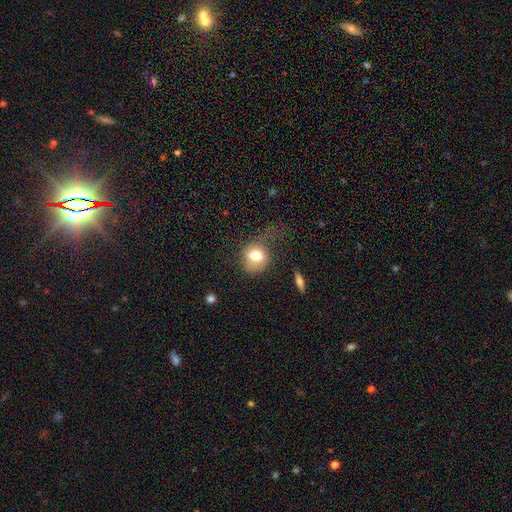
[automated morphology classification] A smooth galaxy with no disk features (74%) that is round (66%).

Vote fractions:
- Smooth or featured? smooth: 74% / featured or disk: 17% / star or artifact: 9%
- How rounded? round: 66% / in between: 33% / cigar-shaped: 1%
- Merging? none: 38% / major disturbance: 32% / minor disturbance: 27% / merger: 3%